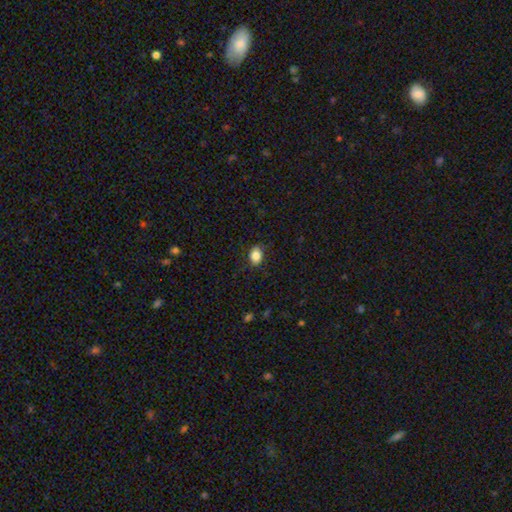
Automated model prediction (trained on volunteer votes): This appears to be a smooth galaxy with no disk features (85%) that is in between round and cigar-shaped (74%). Merging: none (79%).